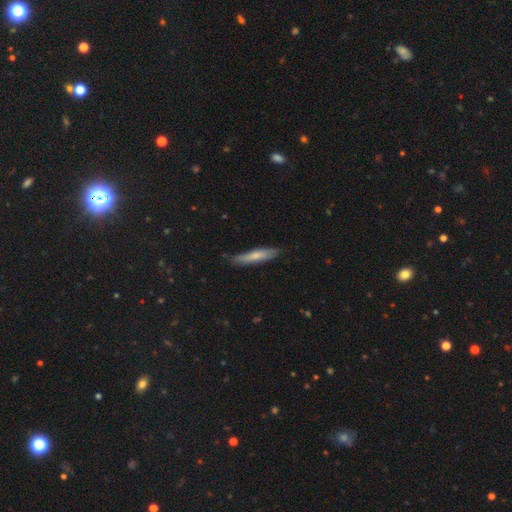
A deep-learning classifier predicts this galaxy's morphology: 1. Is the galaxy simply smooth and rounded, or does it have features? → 64% smooth, 31% featured or disk, 6% star or artifact.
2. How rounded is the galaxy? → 85% cigar-shaped, 13% in between, 1% round.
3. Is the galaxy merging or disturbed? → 77% none, 19% minor disturbance, 3% major disturbance, 1% merger.